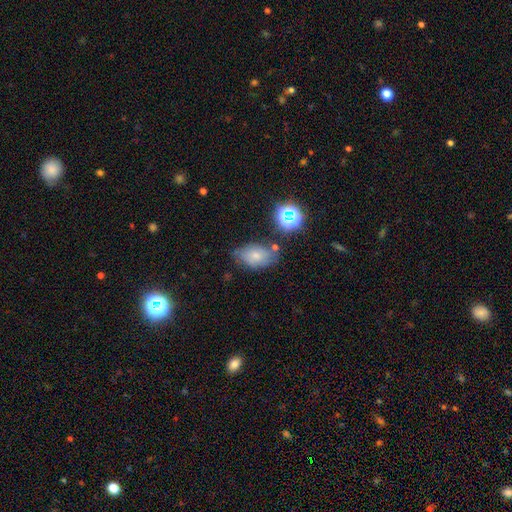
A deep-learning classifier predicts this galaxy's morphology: type=smooth (67%); roundness=in between (83%); merging=none (60%).